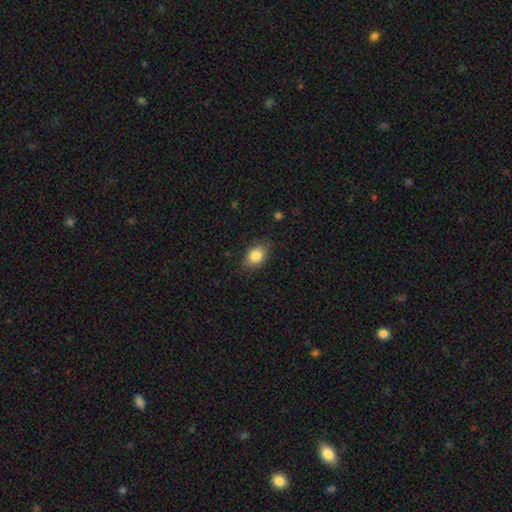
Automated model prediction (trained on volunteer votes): Smooth or featured? smooth (84%)
How rounded? in between (75%)
Merging? none (80%)